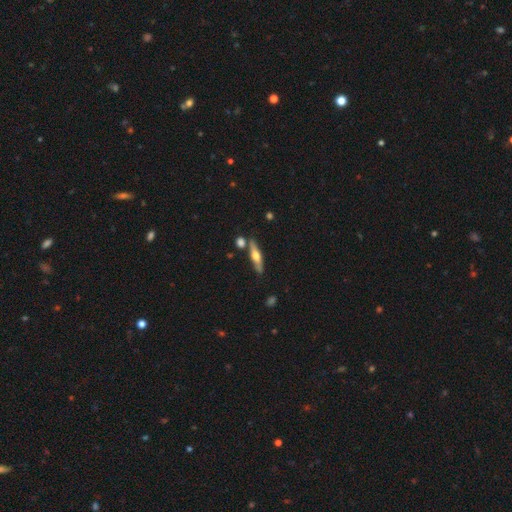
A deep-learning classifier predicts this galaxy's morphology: Smooth or featured? Predicted: featured or disk (p=0.60). Edge-on disk? Predicted: yes (p=0.94). Edge-on bulge? Predicted: rounded (p=0.93). Merging? Predicted: none (p=0.80).